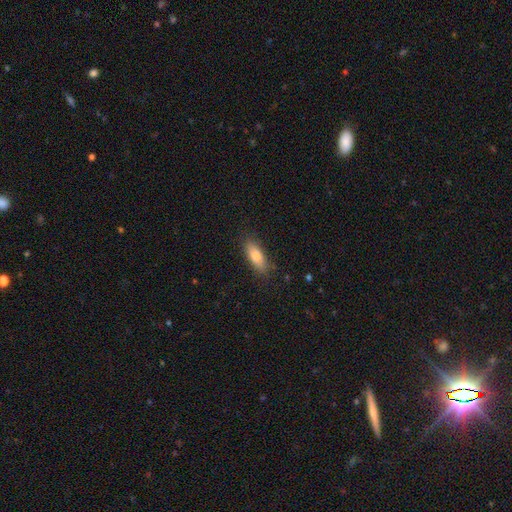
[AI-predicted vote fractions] Smooth or featured? Predicted: smooth (p=0.79). How rounded? Predicted: in between (p=0.68). Merging? Predicted: none (p=0.83).